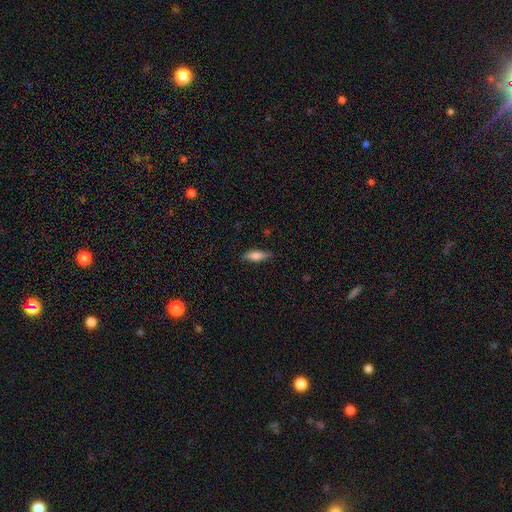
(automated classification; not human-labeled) Smooth or featured?
  - smooth: 75% *
  - featured or disk: 19%
  - star or artifact: 7%
How rounded?
  - in between: 55% *
  - cigar-shaped: 43%
  - round: 2%
Merging?
  - none: 82% *
  - minor disturbance: 14%
  - major disturbance: 3%
  - merger: 1%